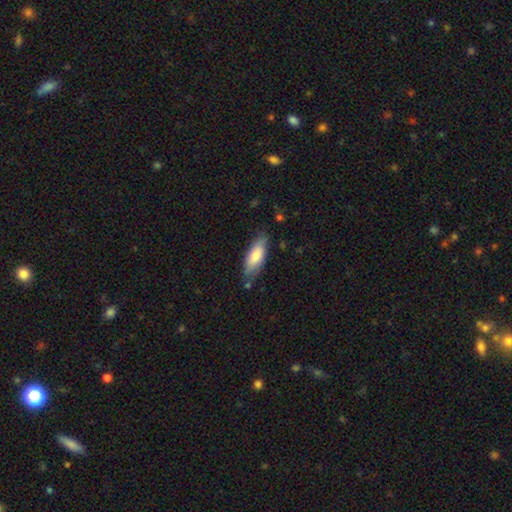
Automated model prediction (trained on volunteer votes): Smooth or featured: smooth — 74% (featured or disk — 20%)
How rounded: in between — 68% (cigar-shaped — 30%)
Merging: none — 72% (minor disturbance — 21%)